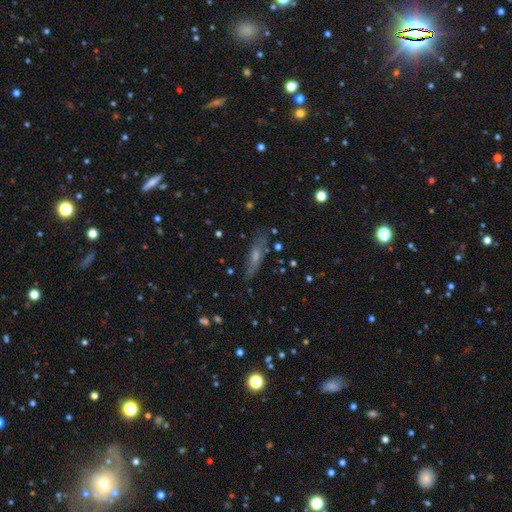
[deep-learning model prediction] Overall: featured or disk (46%; smooth 38%). Merging: none (73%).